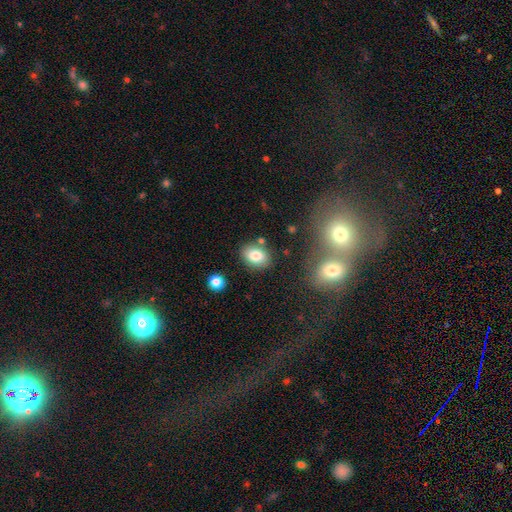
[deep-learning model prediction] smooth-or-featured: smooth: 81% | featured or disk: 9% | star or artifact: 9%
  how-rounded: in between: 75% | round: 24% | cigar-shaped: 1%
  merging: none: 80% | minor disturbance: 11% | merger: 6% | major disturbance: 3%